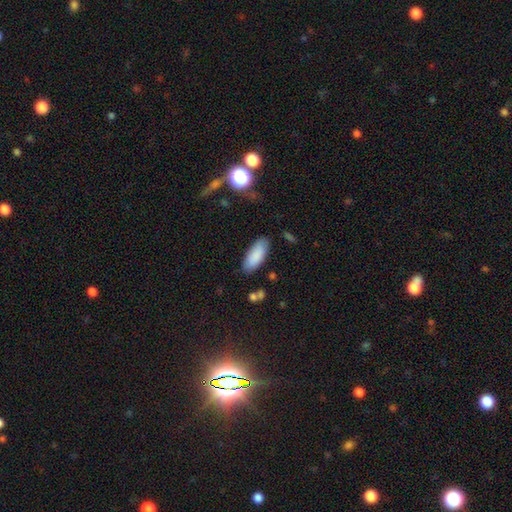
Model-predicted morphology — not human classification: Q: Smooth or featured?
A: smooth (87%); runner-up: featured or disk (7%)
Q: How rounded?
A: in between (83%); runner-up: cigar-shaped (16%)
Q: Merging?
A: none (83%); runner-up: minor disturbance (12%)